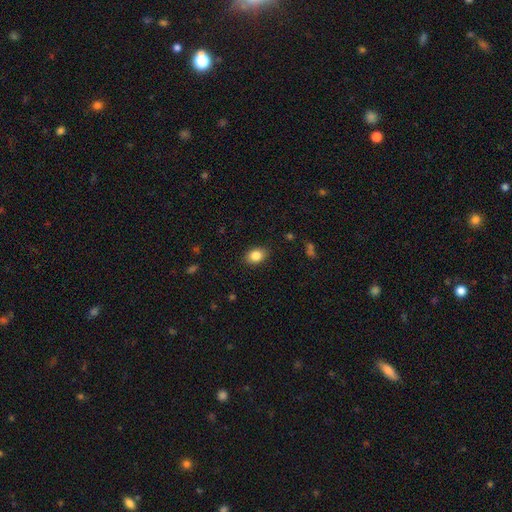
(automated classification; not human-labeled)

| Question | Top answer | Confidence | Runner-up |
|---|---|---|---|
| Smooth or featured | smooth | 86% | star or artifact (8%) |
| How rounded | in between | 74% | round (25%) |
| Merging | none | 87% | minor disturbance (10%) |